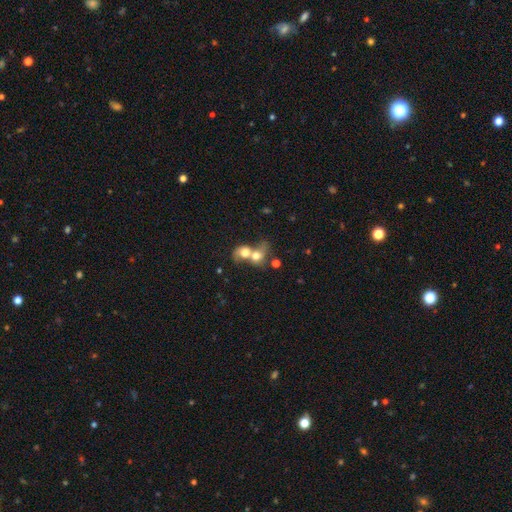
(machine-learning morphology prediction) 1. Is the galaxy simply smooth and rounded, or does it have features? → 62% smooth, 28% featured or disk, 10% star or artifact.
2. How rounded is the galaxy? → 58% round, 40% in between, 2% cigar-shaped.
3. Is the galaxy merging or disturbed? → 80% merger, 10% none, 6% major disturbance, 4% minor disturbance.